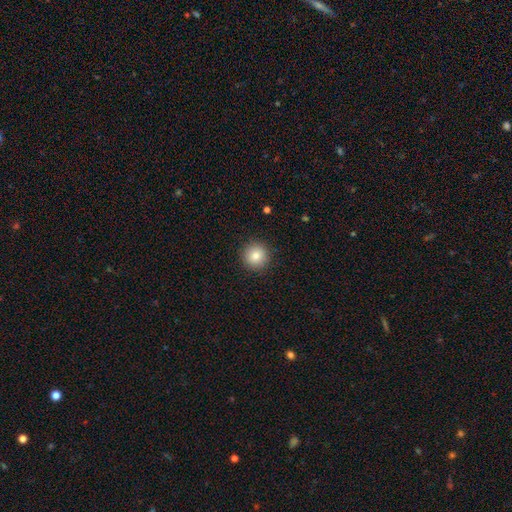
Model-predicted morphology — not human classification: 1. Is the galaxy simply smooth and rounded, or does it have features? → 83% smooth, 10% star or artifact, 7% featured or disk.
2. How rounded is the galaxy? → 94% round, 5% in between, 1% cigar-shaped.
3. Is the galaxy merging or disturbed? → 91% none, 6% minor disturbance, 2% major disturbance, 1% merger.